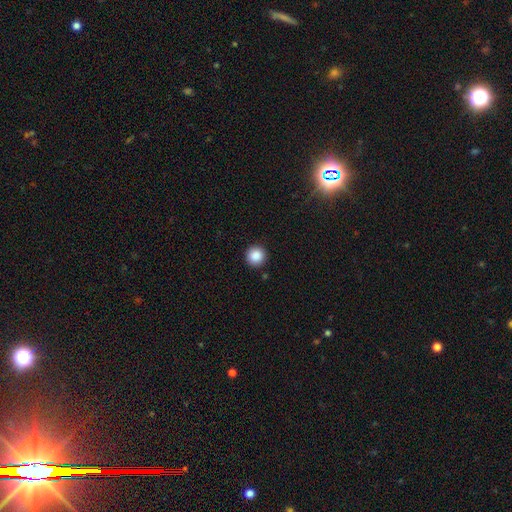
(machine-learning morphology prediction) A smooth galaxy with no disk features (87%) that is round (95%).

Vote fractions:
- Smooth or featured? smooth: 87% / star or artifact: 9% / featured or disk: 3%
- How rounded? round: 95% / in between: 4% / cigar-shaped: 1%
- Merging? none: 91% / minor disturbance: 5% / major disturbance: 2% / merger: 1%